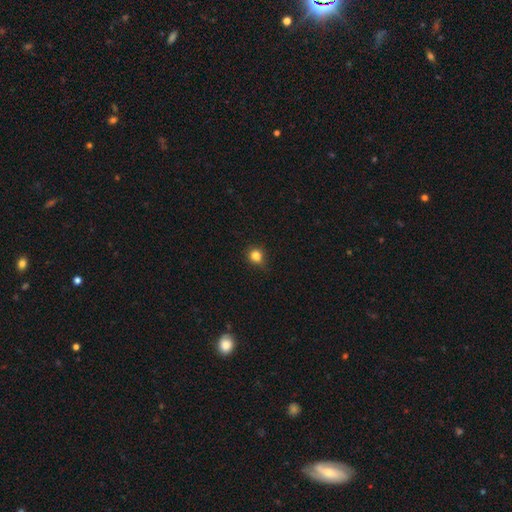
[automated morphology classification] This appears to be a smooth galaxy with no disk features (82%) that is round (84%). Merging: none (76%).